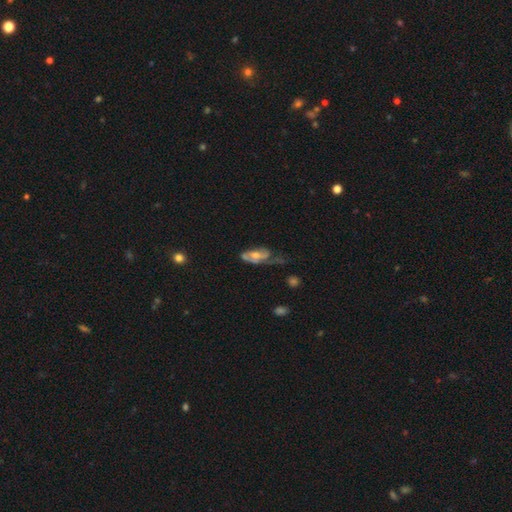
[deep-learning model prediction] Overall: featured or disk (63%; smooth 30%). Edge-on disk: no (91%). Bar: no (58%; weak 33%). Spiral arms: yes (77%). Bulge size: moderate (52%; small 29%). Merging: major disturbance (38%; none 29%).